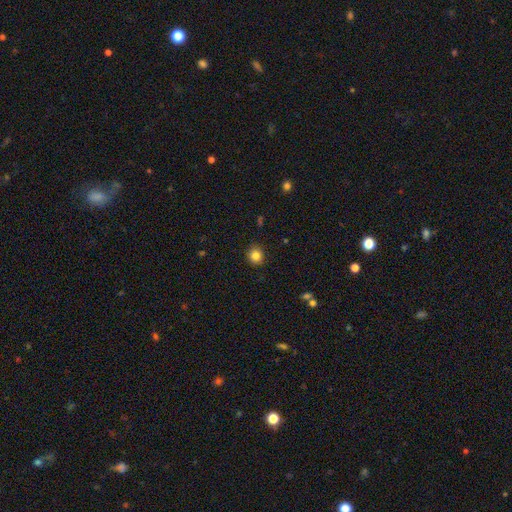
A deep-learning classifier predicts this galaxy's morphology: smooth-or-featured: smooth: 83% | star or artifact: 11% | featured or disk: 5%
  how-rounded: round: 83% | in between: 16% | cigar-shaped: 1%
  merging: none: 89% | minor disturbance: 8% | major disturbance: 2% | merger: 1%